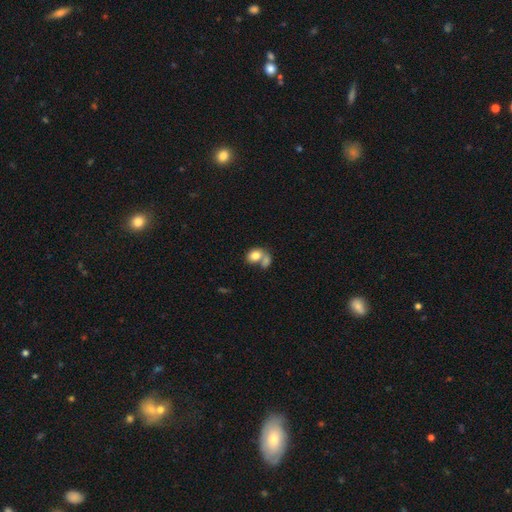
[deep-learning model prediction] Smooth or featured?
  - smooth: 79% *
  - featured or disk: 13%
  - star or artifact: 8%
How rounded?
  - in between: 66% *
  - round: 33%
  - cigar-shaped: 1%
Merging?
  - merger: 58% *
  - none: 27%
  - minor disturbance: 9%
  - major disturbance: 6%